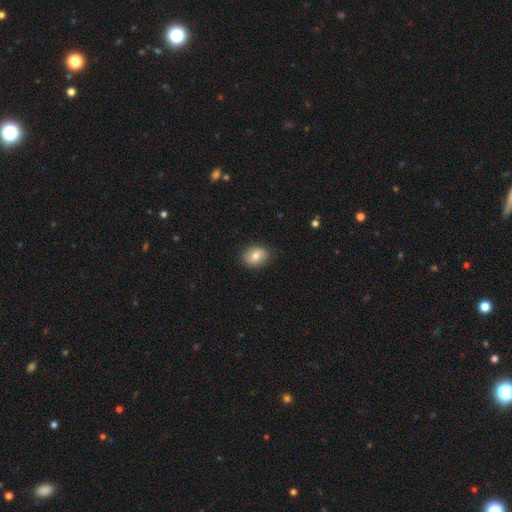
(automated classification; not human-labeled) smooth_or_featured: smooth (p=0.75) [alt: featured or disk p=0.17]
how_rounded: in between (p=0.59) [alt: round p=0.40]
merging: none (p=0.88) [alt: minor disturbance p=0.09]